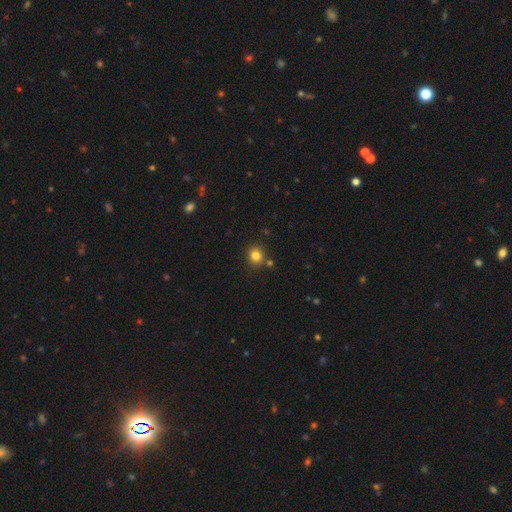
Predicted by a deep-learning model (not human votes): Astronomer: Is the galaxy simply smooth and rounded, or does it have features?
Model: smooth — 82%.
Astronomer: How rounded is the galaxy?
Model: round — 83%.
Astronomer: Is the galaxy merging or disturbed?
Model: none — 81%.